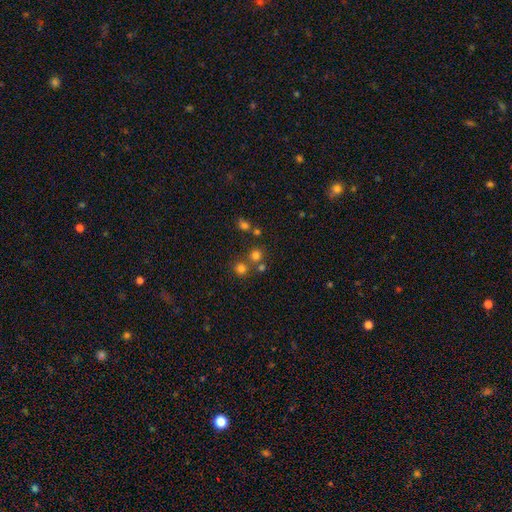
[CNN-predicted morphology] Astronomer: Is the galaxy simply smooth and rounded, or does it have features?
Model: smooth — 70%.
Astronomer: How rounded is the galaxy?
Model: round — 89%.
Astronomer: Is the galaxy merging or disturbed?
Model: none — 65%.